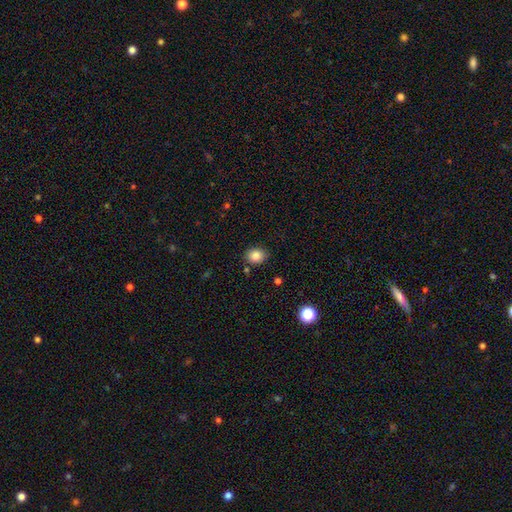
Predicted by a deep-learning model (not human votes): Q: Smooth or featured?
A: smooth (84%); runner-up: star or artifact (10%)
Q: How rounded?
A: round (53%); runner-up: in between (46%)
Q: Merging?
A: none (85%); runner-up: minor disturbance (10%)